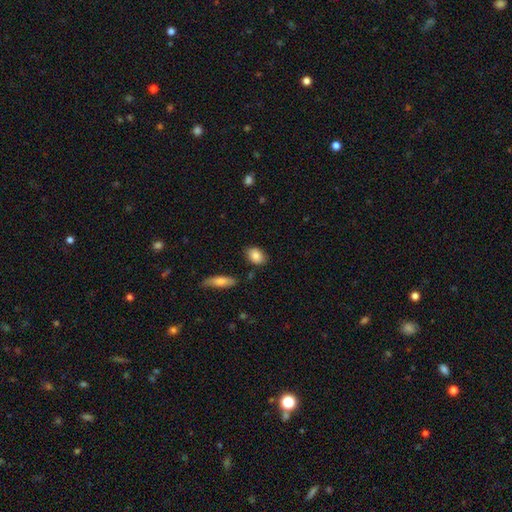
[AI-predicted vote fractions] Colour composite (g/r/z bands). It shows a smooth galaxy with no disk features (85%) that is in between round and cigar-shaped (76%). Merging: none (82%).